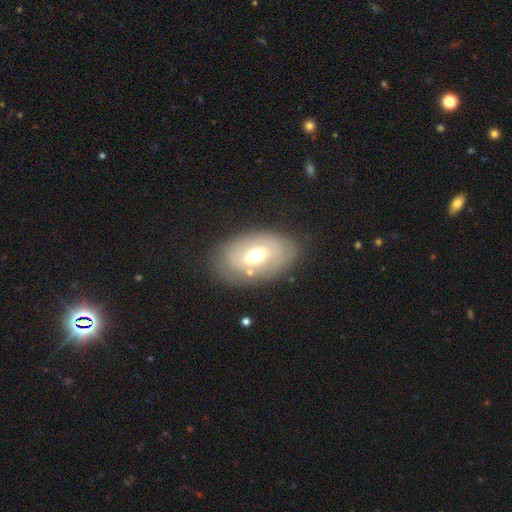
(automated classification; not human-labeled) Q: Smooth or featured?
A: featured or disk (47%); runner-up: smooth (45%)
Q: Merging?
A: none (76%); runner-up: minor disturbance (15%)